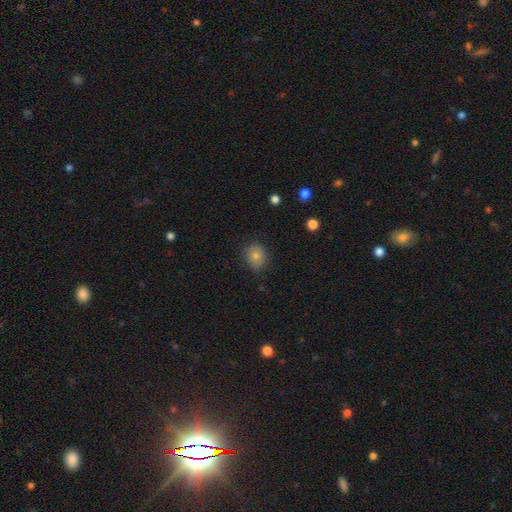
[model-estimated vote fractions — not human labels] A smooth galaxy with no disk features (77%) that is round (74%). Merging: none (84%).